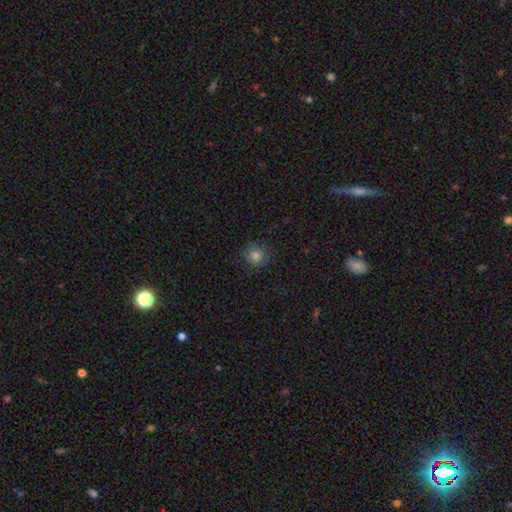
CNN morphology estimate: The model was most divided on "smooth or featured": smooth: 78%, star or artifact: 15%, featured or disk: 7%. More confident: how rounded — round (93%); merging — none (87%).